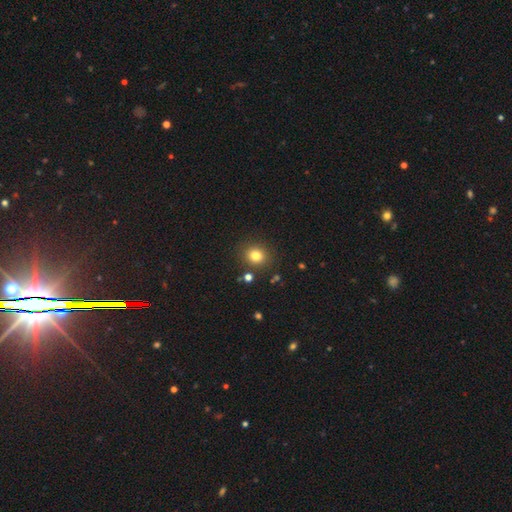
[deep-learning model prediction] This is likely a smooth galaxy (80%). How rounded: likely round (79%). Merging: clearly none (86%).